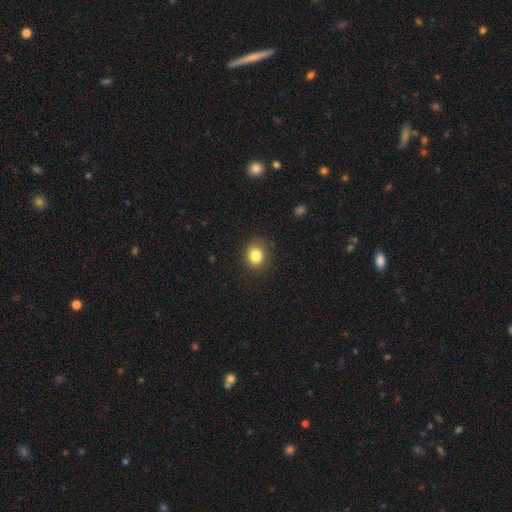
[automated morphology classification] A smooth galaxy with no disk features (83%) that is round (71%). Merging: none (86%).